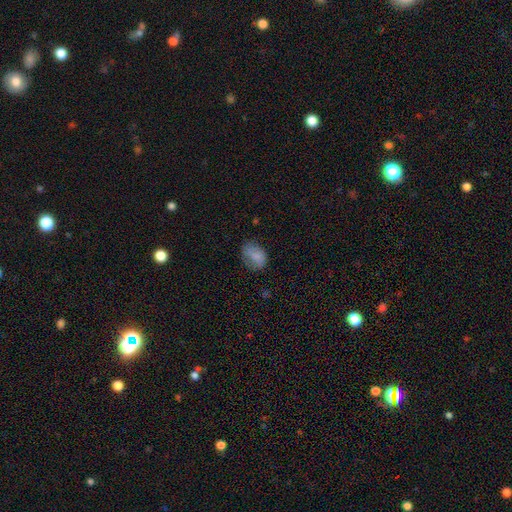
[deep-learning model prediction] This appears to be a smooth galaxy with no disk features (77%) that is in between round and cigar-shaped (75%). Merging: none (61%).